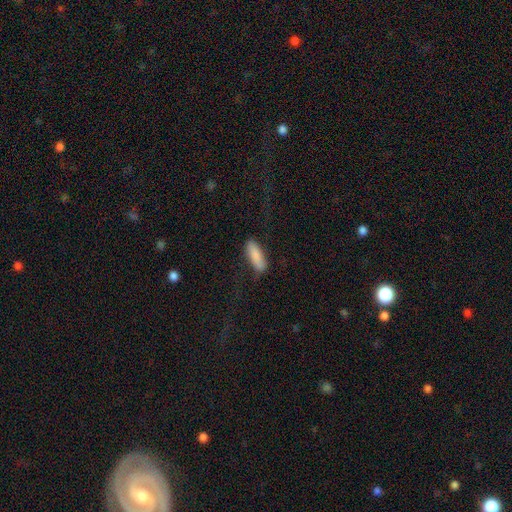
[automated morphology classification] type=smooth (86%); roundness=in between (49%, tied with cigar-shaped); merging=none (78%).